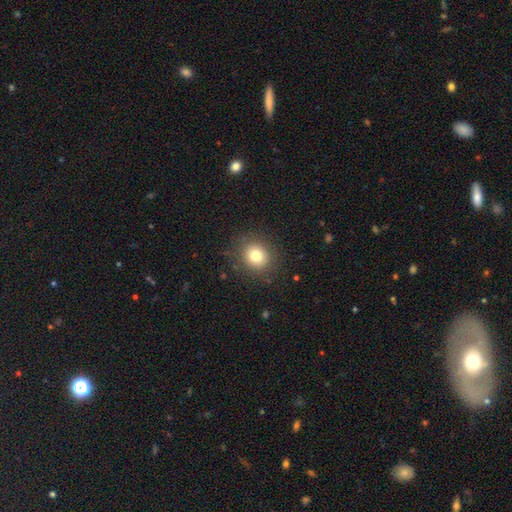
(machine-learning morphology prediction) Overall: smooth (78%). How rounded: round (84%). Merging: none (88%).